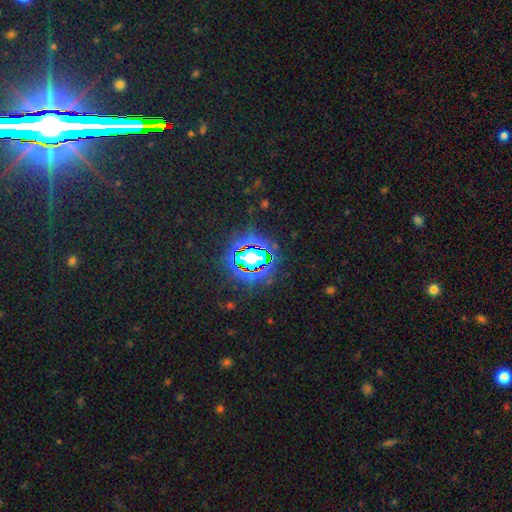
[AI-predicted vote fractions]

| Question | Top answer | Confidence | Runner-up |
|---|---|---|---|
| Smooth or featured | star or artifact | 80% | smooth (12%) |